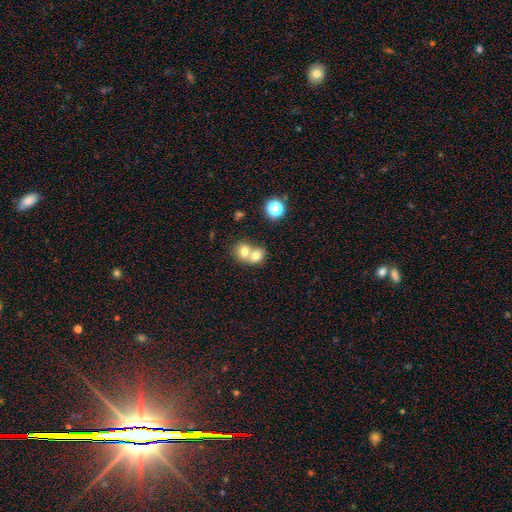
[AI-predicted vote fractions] Smooth or featured: smooth — 72% (featured or disk — 18%)
How rounded: round — 63% (in between — 36%)
Merging: merger — 72% (none — 22%)